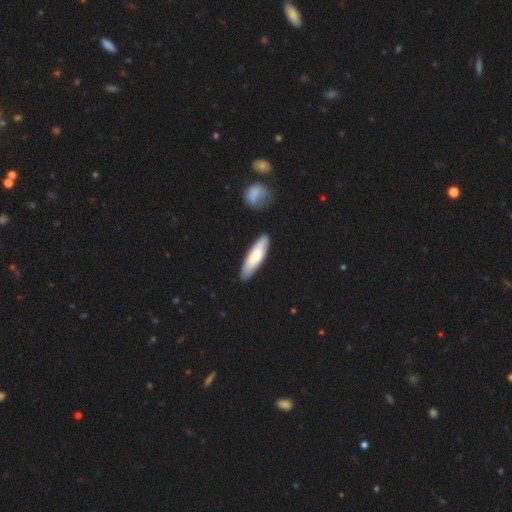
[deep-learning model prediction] Overall: smooth (71%). How rounded: cigar-shaped (62%; in between 37%). Merging: none (84%).